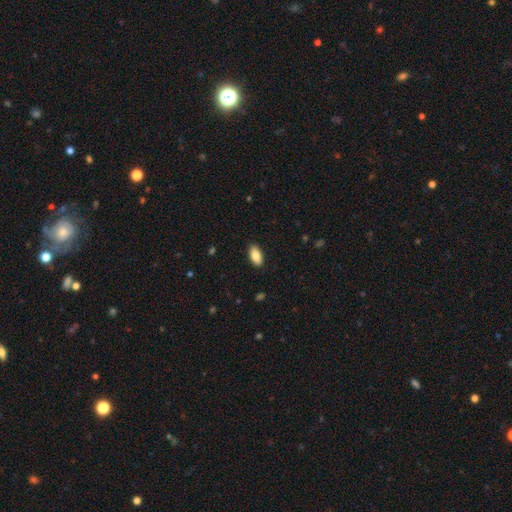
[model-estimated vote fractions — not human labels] A smooth galaxy with no disk features (86%) that is in between round and cigar-shaped (93%). Merging: none (89%).